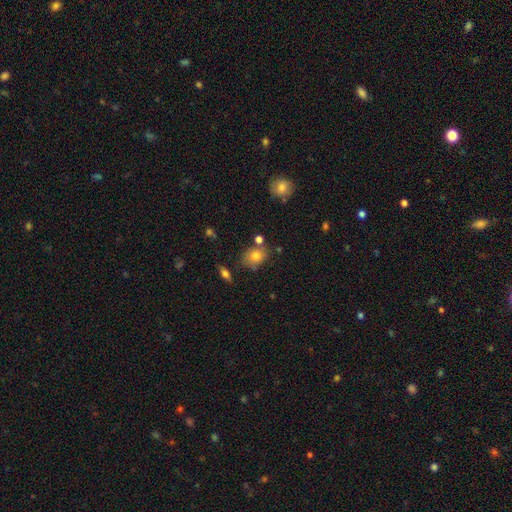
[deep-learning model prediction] smooth_or_featured: smooth (p=0.77) [alt: featured or disk p=0.12]
how_rounded: in between (p=0.57) [alt: round p=0.42]
merging: none (p=0.66) [alt: minor disturbance p=0.18]